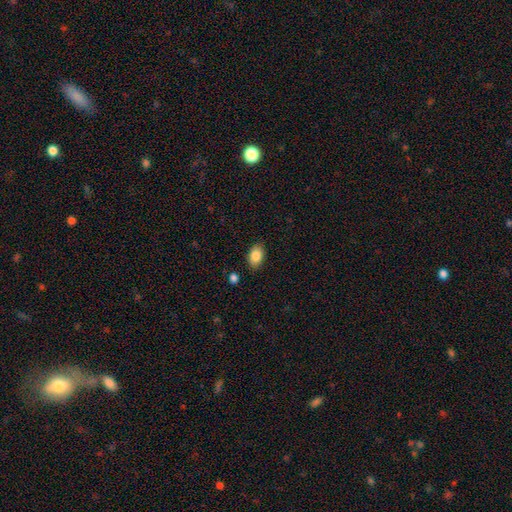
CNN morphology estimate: Smooth or featured? Predicted: smooth (p=0.85). How rounded? Predicted: in between (p=0.88). Merging? Predicted: none (p=0.86).